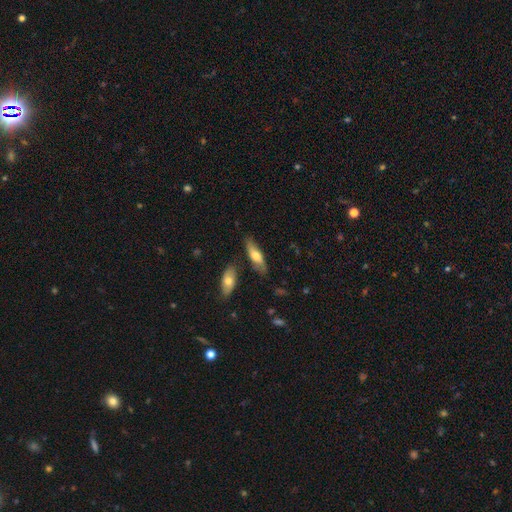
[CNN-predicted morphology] smooth 60%, featured or disk 33%, star or artifact 6%. Down the decision tree: how rounded — in between (56%); merging — none (73%).